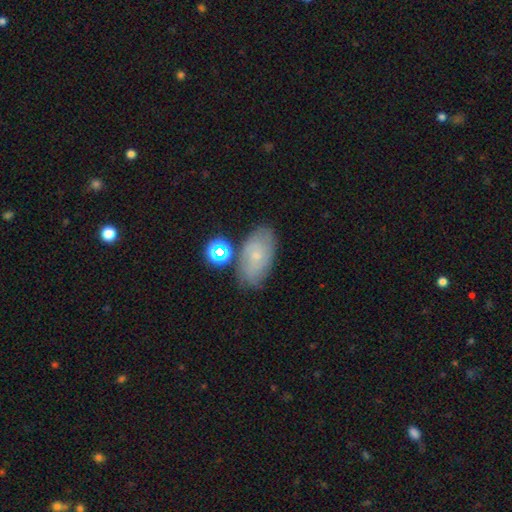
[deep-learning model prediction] This is possibly a smooth galaxy (49%). Merging: likely none (70%).